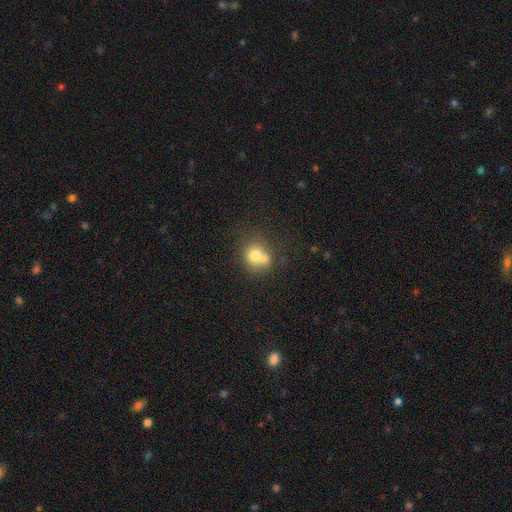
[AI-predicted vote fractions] The model was most divided on "merging": merger: 55%, none: 34%, minor disturbance: 8%, major disturbance: 4%. More confident: how rounded — round (79%); smooth or featured — smooth (70%).